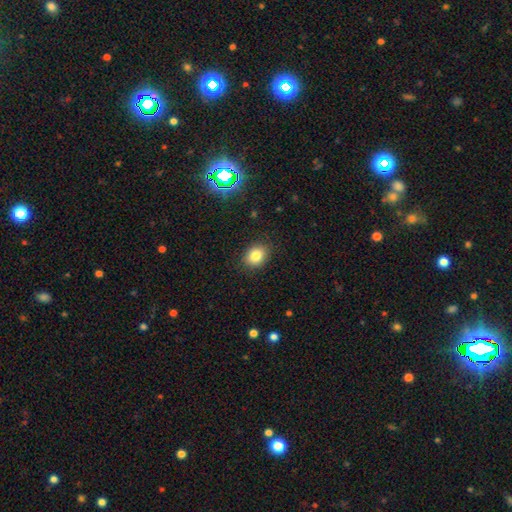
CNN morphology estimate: type=smooth (81%); roundness=in between (55%); merging=none (87%).